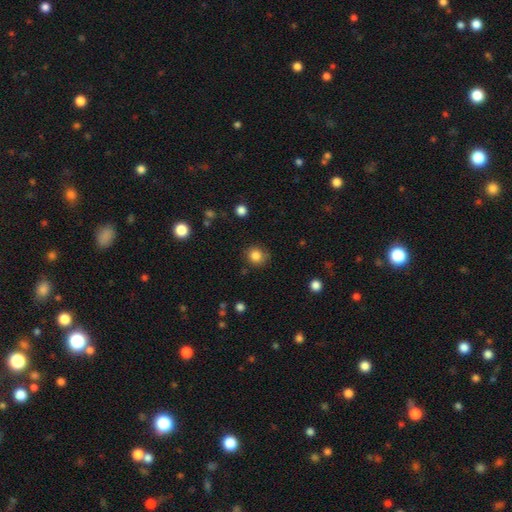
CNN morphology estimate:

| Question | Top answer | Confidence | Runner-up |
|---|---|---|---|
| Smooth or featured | smooth | 84% | star or artifact (11%) |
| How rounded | round | 83% | in between (16%) |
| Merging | none | 81% | minor disturbance (14%) |